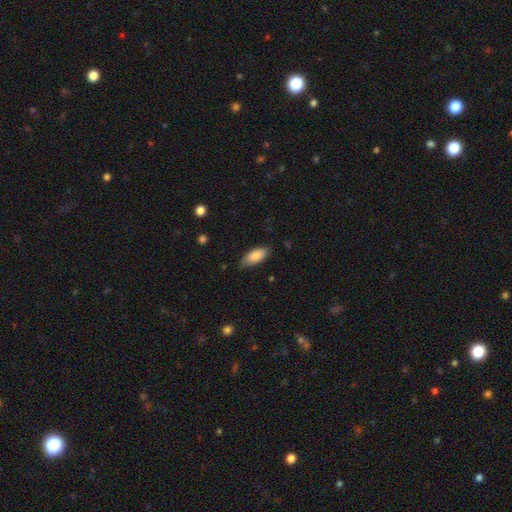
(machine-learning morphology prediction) Q: Smooth or featured?
A: smooth (84%); runner-up: featured or disk (10%)
Q: How rounded?
A: in between (87%); runner-up: cigar-shaped (11%)
Q: Merging?
A: none (77%); runner-up: minor disturbance (19%)